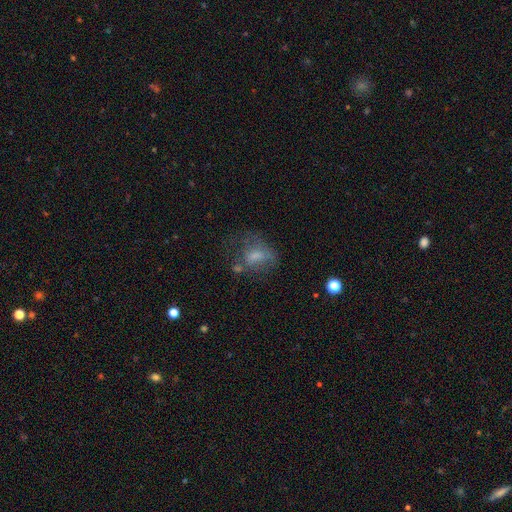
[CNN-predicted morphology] The model was most divided on "merging": major disturbance: 36%, none: 33%, minor disturbance: 22%, merger: 9%. More confident: how rounded — in between (67%); smooth or featured — smooth (51%).